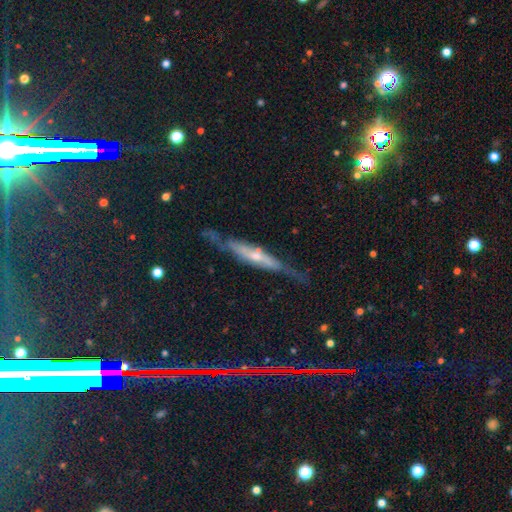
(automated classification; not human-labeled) A featured or disk galaxy (69%) viewed edge-on (81%) with a rounded central bulge (51%).

Vote fractions:
- Smooth or featured? featured or disk: 69% / smooth: 20% / star or artifact: 10%
- Edge-on disk? yes: 81% / no: 19%
- Edge-on bulge? rounded: 51% / none: 33% / boxy: 16%
- Merging? none: 65% / minor disturbance: 25% / major disturbance: 8% / merger: 3%